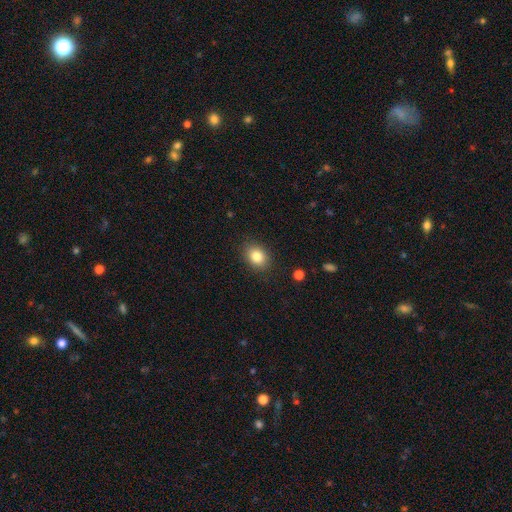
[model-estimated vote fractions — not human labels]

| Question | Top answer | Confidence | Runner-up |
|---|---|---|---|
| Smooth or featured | smooth | 83% | star or artifact (10%) |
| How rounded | in between | 50% | round (49%) |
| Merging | none | 88% | minor disturbance (9%) |